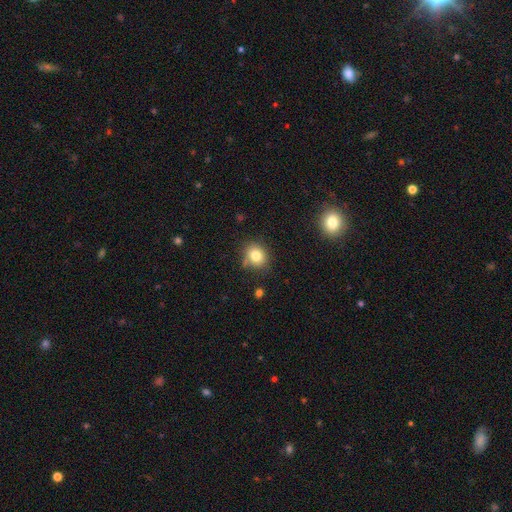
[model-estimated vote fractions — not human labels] This appears to be a smooth galaxy with no disk features (80%) that is round (70%). Merging: none (76%).